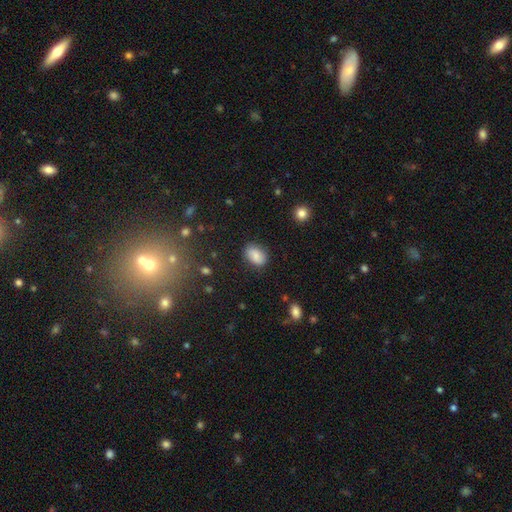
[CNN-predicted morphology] Smooth or featured? Predicted: smooth (p=0.82). How rounded? Predicted: in between (p=0.80). Merging? Predicted: none (p=0.80).